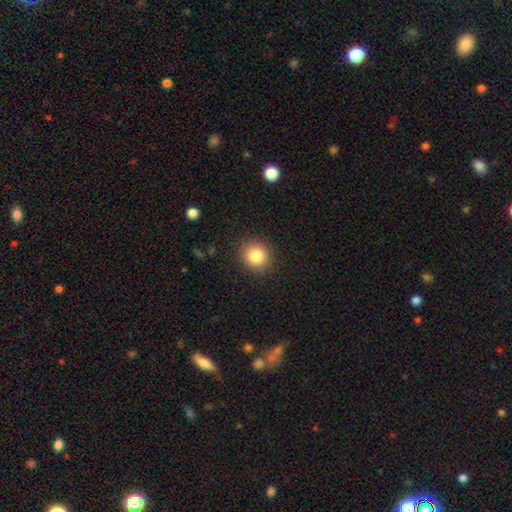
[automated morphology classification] Q: Smooth or featured?
A: smooth (84%); runner-up: star or artifact (10%)
Q: How rounded?
A: round (85%); runner-up: in between (14%)
Q: Merging?
A: none (90%); runner-up: minor disturbance (7%)